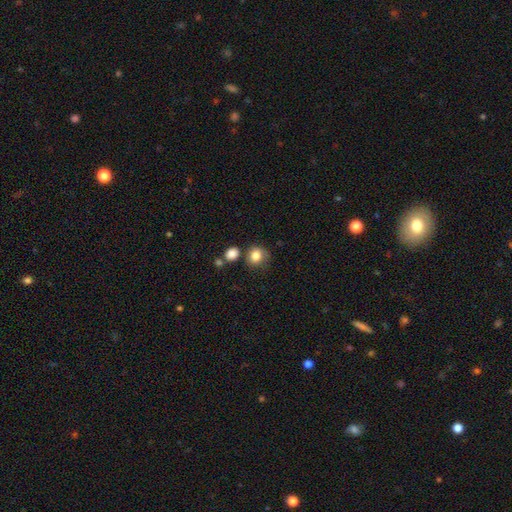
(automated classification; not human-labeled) smooth 83%, star or artifact 10%, featured or disk 7%. Down the decision tree: how rounded — round (80%); merging — none (67%).